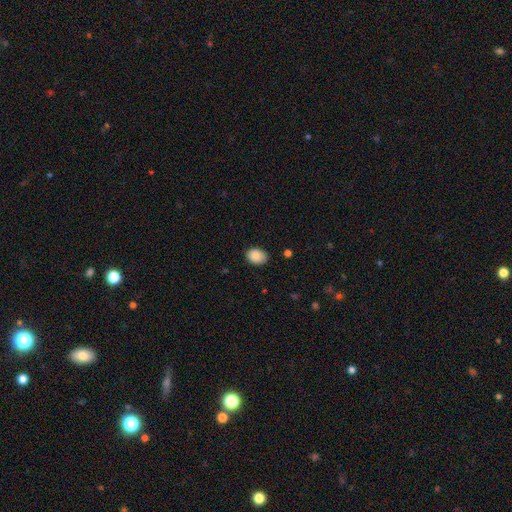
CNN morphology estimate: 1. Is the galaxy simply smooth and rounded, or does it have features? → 87% smooth, 8% star or artifact, 5% featured or disk.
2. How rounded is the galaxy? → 71% in between, 28% round, 1% cigar-shaped.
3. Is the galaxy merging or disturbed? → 80% none, 16% minor disturbance, 2% major disturbance, 1% merger.